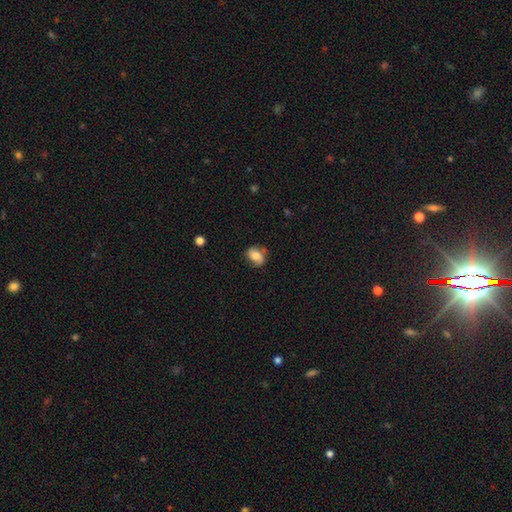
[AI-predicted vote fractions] Smooth or featured?
  - smooth: 60% *
  - featured or disk: 31%
  - star or artifact: 9%
How rounded?
  - in between: 69% *
  - round: 30%
  - cigar-shaped: 2%
Merging?
  - none: 61% *
  - minor disturbance: 27%
  - major disturbance: 9%
  - merger: 3%